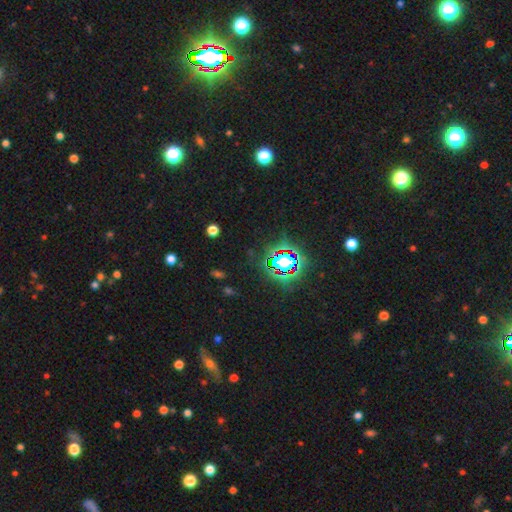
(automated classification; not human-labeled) Q: Smooth or featured?
A: star or artifact (81%); runner-up: smooth (12%)